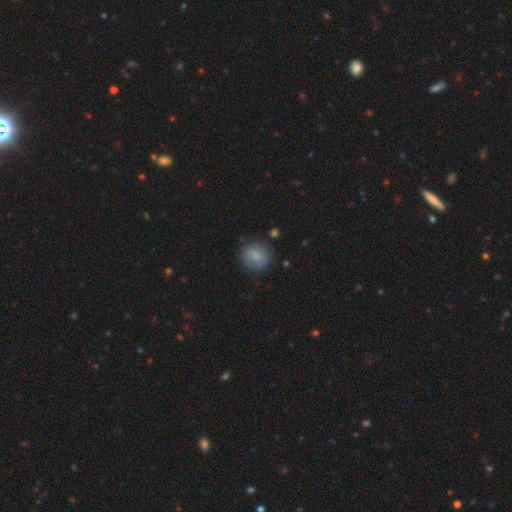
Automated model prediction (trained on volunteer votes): smooth 74%, featured or disk 17%, star or artifact 9%. Down the decision tree: how rounded — round (78%); merging — none (74%).